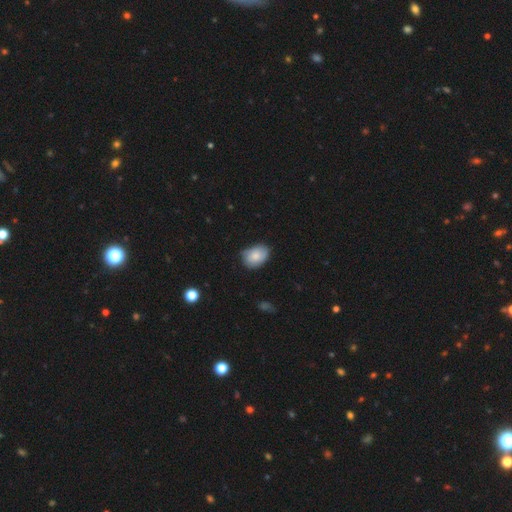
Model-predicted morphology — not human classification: This is likely a smooth galaxy (78%). How rounded: likely in between (74%). Merging: likely none (63%).